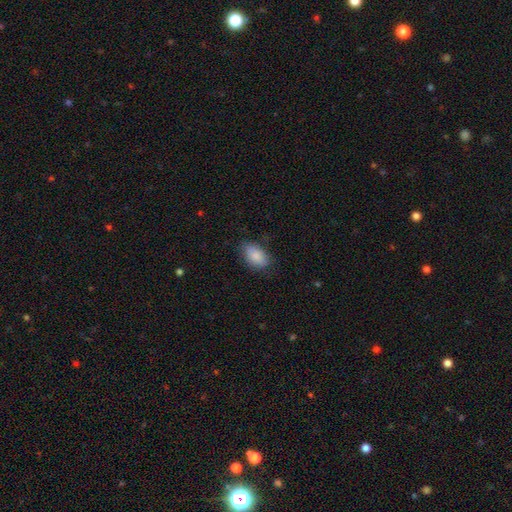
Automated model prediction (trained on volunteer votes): The model was most divided on "merging": none: 77%, minor disturbance: 18%, major disturbance: 4%, merger: 1%. More confident: how rounded — in between (92%); smooth or featured — smooth (88%).